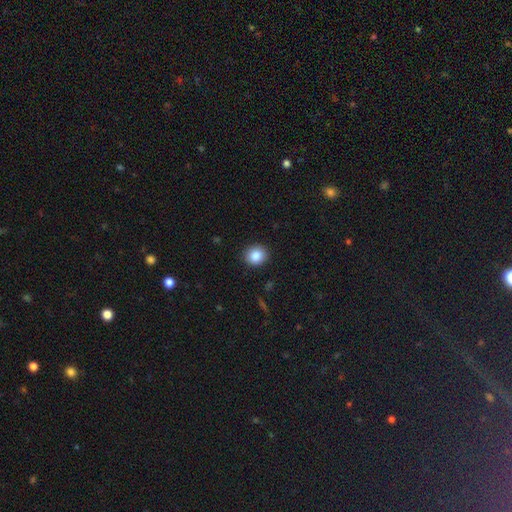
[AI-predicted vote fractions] The model was most divided on "how rounded": round: 80%, in between: 19%, cigar-shaped: 1%. More confident: merging — none (90%); smooth or featured — smooth (87%).